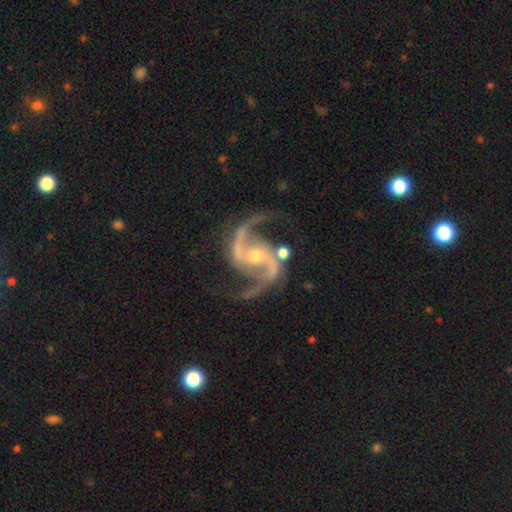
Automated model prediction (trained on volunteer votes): Overall: featured or disk (94%). Edge-on disk: no (98%). Bar: no (38%; weak 35%). Spiral arms: yes (99%). Spiral arm count: 2 (92%). Spiral winding: medium (59%; loose 32%). Bulge size: moderate (50%; small 46%). Merging: none (75%).